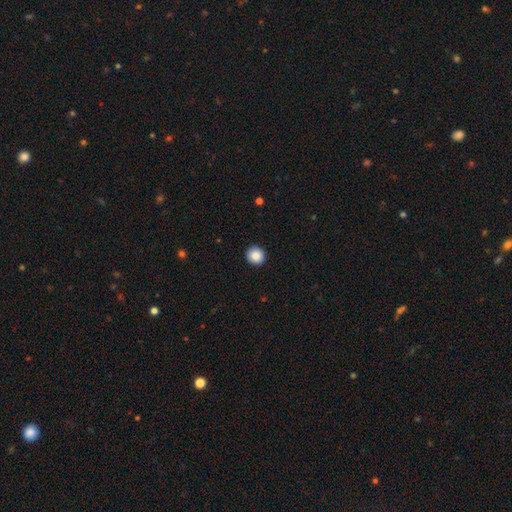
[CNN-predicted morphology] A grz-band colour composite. It shows a smooth galaxy with no disk features (88%) that is round (91%). Merging: none (92%).